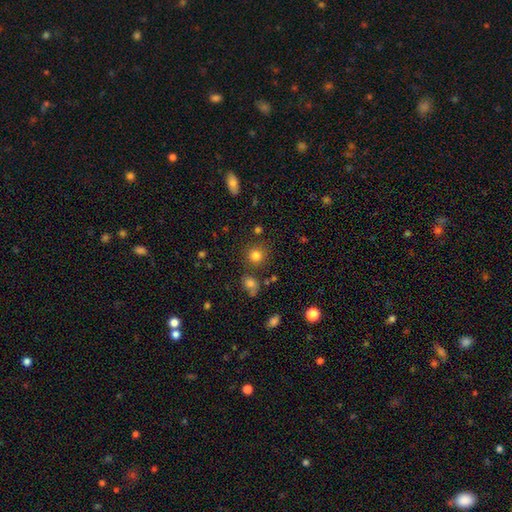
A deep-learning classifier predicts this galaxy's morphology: Overall: smooth (80%). How rounded: round (91%). Merging: none (82%).